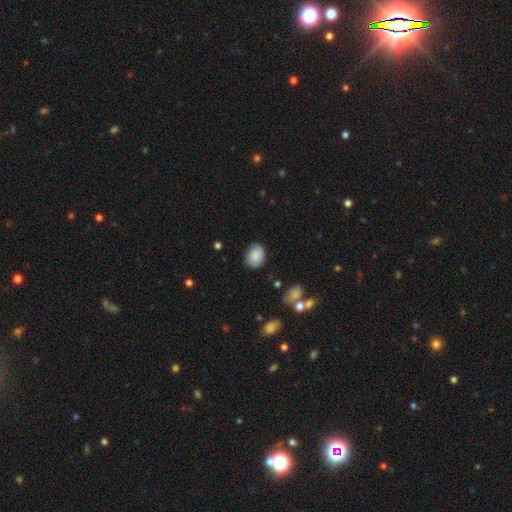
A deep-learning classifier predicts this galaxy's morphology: The model was most divided on "how rounded": in between: 61%, round: 38%, cigar-shaped: 1%. More confident: smooth or featured — smooth (82%); merging — none (76%).